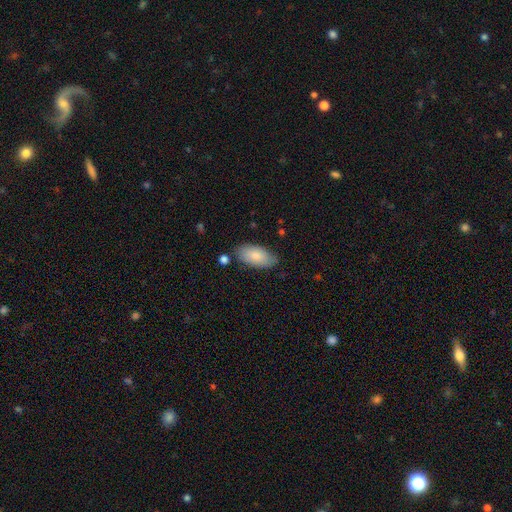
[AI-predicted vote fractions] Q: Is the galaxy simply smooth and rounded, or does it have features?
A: smooth — 83%.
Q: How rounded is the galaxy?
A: in between — 94%.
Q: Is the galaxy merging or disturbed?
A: none — 77%.